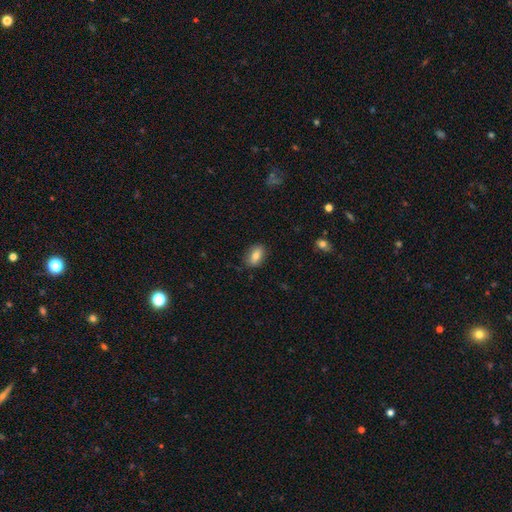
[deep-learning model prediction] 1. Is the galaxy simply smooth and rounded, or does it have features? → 81% smooth, 11% featured or disk, 8% star or artifact.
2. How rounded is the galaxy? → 87% in between, 10% round, 3% cigar-shaped.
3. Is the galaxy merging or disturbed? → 83% none, 13% minor disturbance, 3% major disturbance, 1% merger.